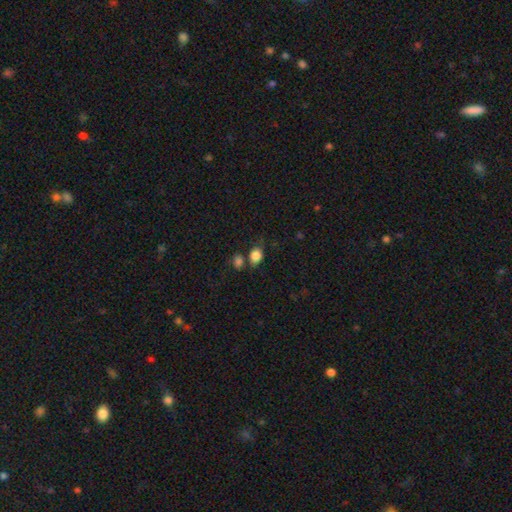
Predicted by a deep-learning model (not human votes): smooth_or_featured: smooth (p=0.84) [alt: star or artifact p=0.10]
how_rounded: in between (p=0.62) [alt: round p=0.36]
merging: none (p=0.58) [alt: minor disturbance p=0.18]